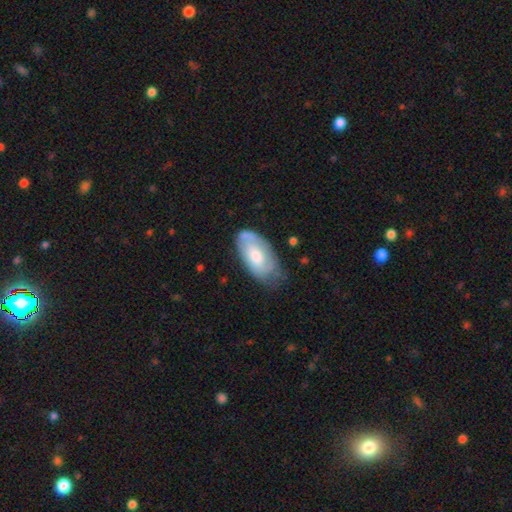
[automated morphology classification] Smooth or featured?
  - smooth: 47% * (tied)
  - featured or disk: 47% * (tied)
  - star or artifact: 6%
Merging?
  - none: 57% *
  - minor disturbance: 31%
  - major disturbance: 10%
  - merger: 3%